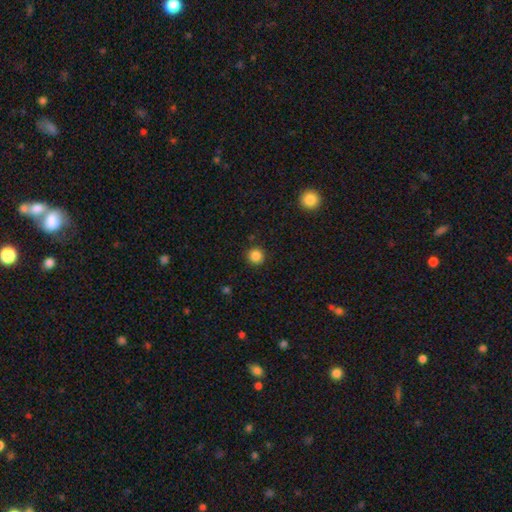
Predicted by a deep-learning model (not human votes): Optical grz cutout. It shows a smooth galaxy with no disk features (85%) that is round (94%). Merging: none (90%).